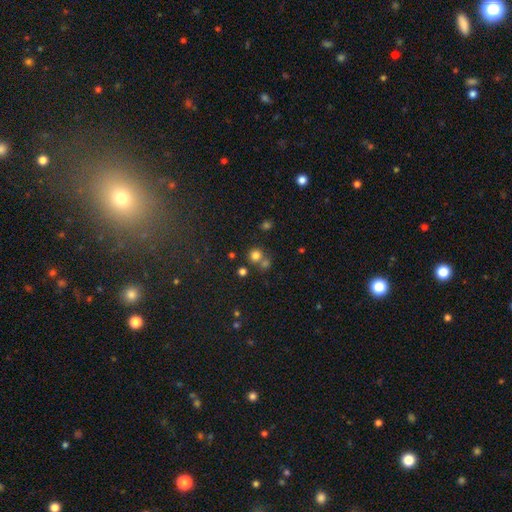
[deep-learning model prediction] Smooth or featured: smooth — 74% (star or artifact — 18%)
How rounded: round — 88% (in between — 11%)
Merging: none — 58% (merger — 32%)